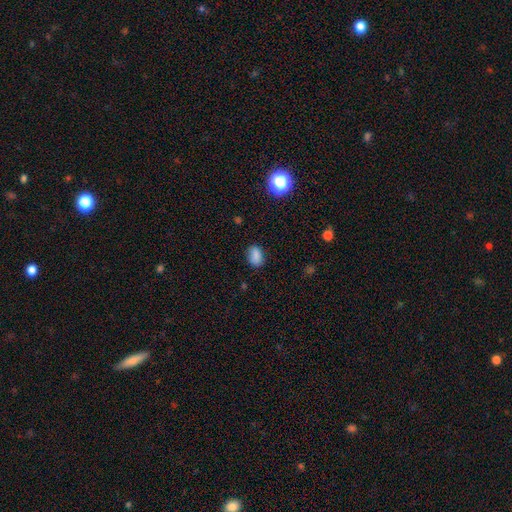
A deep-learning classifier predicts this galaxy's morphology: Overall: smooth (83%). How rounded: in between (82%). Merging: none (81%).